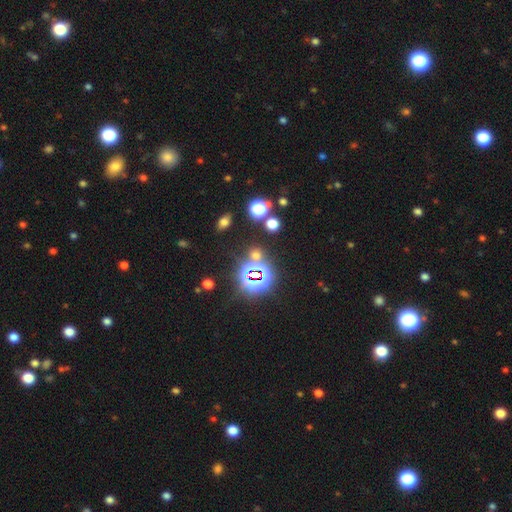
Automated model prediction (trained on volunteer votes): Morphology: type=star or artifact (57%).